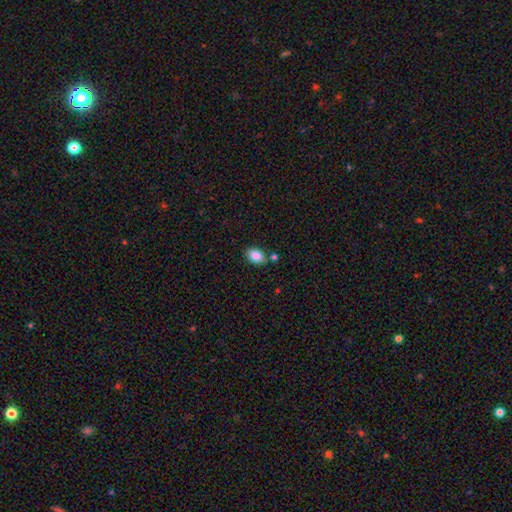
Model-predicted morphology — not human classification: This appears to be a smooth galaxy with no disk features (86%) that is in between round and cigar-shaped (84%). Merging: none (77%).